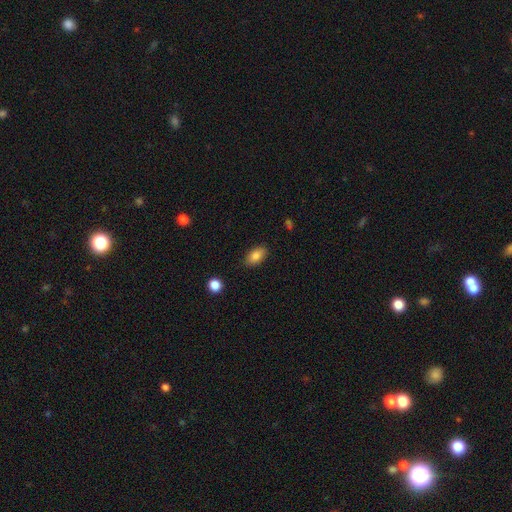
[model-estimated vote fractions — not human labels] A smooth galaxy with no disk features (84%) that is in between round and cigar-shaped (90%).

Vote fractions:
- Smooth or featured? smooth: 84% / star or artifact: 8% / featured or disk: 8%
- How rounded? in between: 90% / round: 7% / cigar-shaped: 3%
- Merging? none: 86% / minor disturbance: 11% / major disturbance: 2% / merger: 1%